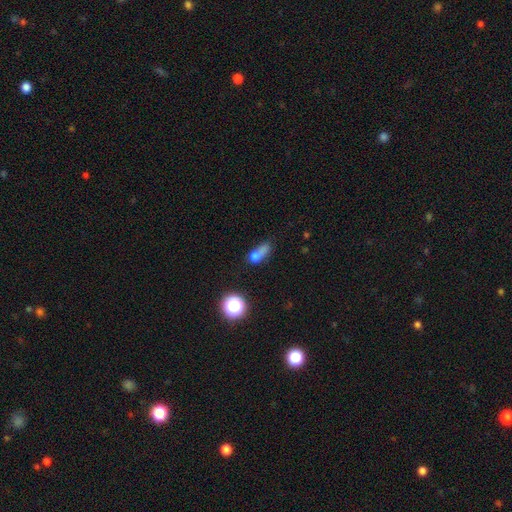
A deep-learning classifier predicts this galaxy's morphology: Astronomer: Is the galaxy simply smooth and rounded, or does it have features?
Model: smooth — 67%.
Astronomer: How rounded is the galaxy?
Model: in between — 49% (runner-up: round, 38%).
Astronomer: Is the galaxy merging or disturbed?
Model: merger — 35% (runner-up: none, 30%).